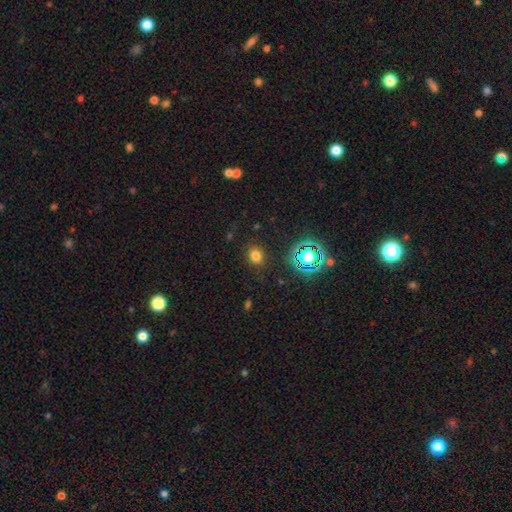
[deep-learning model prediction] Smooth or featured: smooth — 73% (star or artifact — 21%)
How rounded: round — 62% (in between — 37%)
Merging: none — 85% (minor disturbance — 10%)